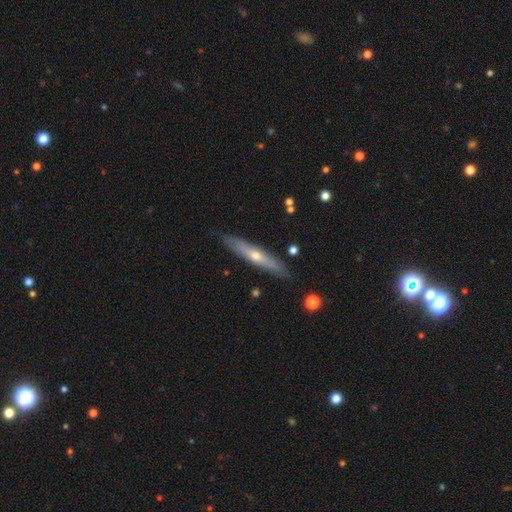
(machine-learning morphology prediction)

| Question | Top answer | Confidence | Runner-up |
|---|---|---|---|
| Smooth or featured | featured or disk | 60% | smooth (33%) |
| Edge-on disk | yes | 87% | no (13%) |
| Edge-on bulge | rounded | 81% | none (18%) |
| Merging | none | 88% | minor disturbance (9%) |